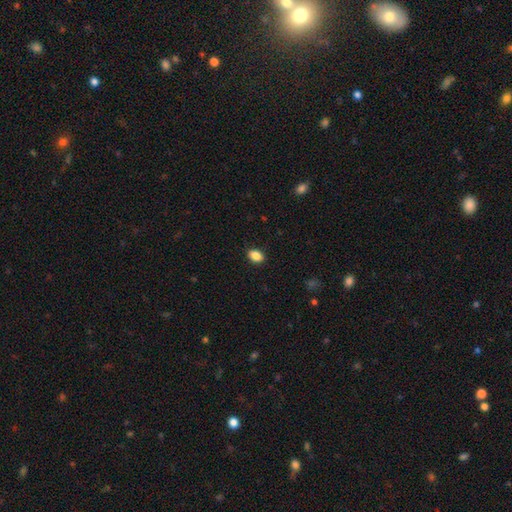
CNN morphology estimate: smooth 88%, star or artifact 9%, featured or disk 4%. Down the decision tree: how rounded — in between (80%); merging — none (88%).